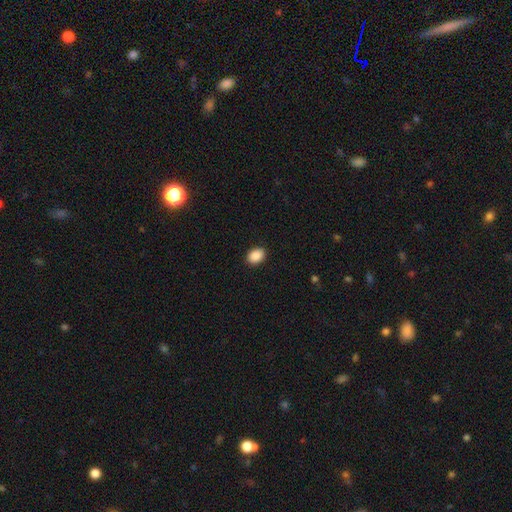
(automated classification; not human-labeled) Smooth or featured?
  - smooth: 89% *
  - star or artifact: 8%
  - featured or disk: 3%
How rounded?
  - in between: 72% *
  - round: 27%
  - cigar-shaped: 1%
Merging?
  - none: 90% *
  - minor disturbance: 7%
  - major disturbance: 2%
  - merger: 1%